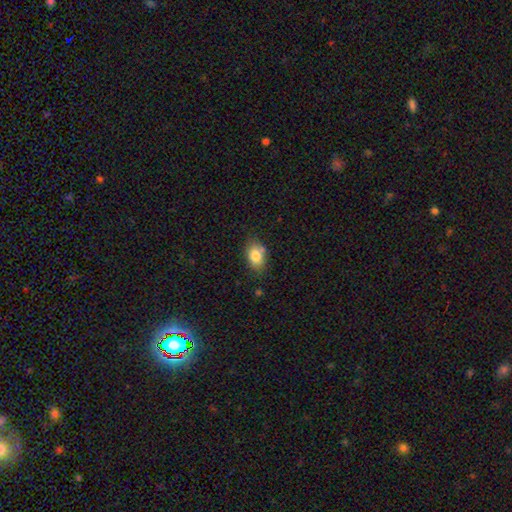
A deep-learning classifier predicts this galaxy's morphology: Overall: smooth (82%). How rounded: in between (82%). Merging: none (71%).